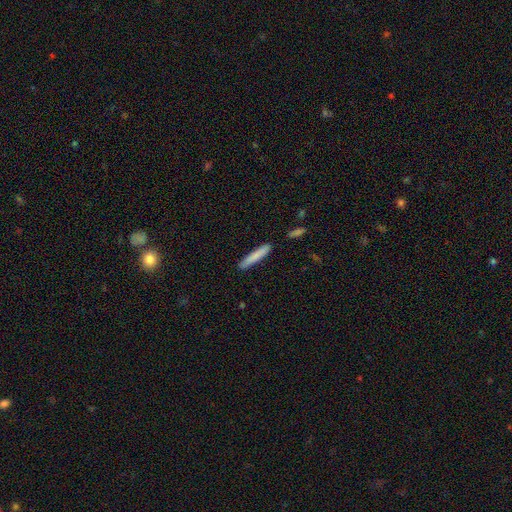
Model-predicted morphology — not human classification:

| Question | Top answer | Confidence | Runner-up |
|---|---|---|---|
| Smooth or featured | smooth | 80% | featured or disk (14%) |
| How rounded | cigar-shaped | 94% | in between (5%) |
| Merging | none | 89% | minor disturbance (7%) |